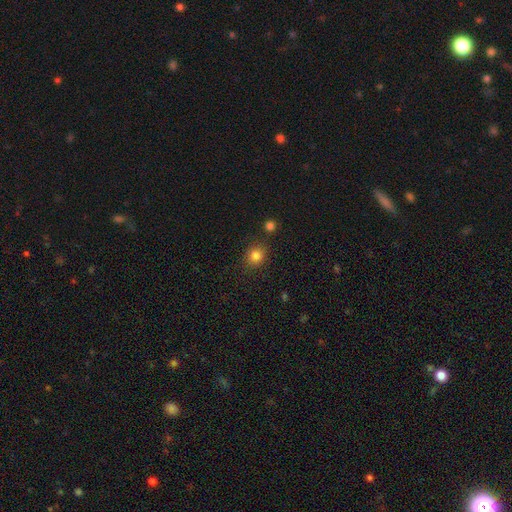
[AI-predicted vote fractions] Smooth or featured?
  - smooth: 83% *
  - star or artifact: 12%
  - featured or disk: 5%
How rounded?
  - round: 77% *
  - in between: 22%
  - cigar-shaped: 1%
Merging?
  - none: 81% *
  - minor disturbance: 11%
  - merger: 5%
  - major disturbance: 4%